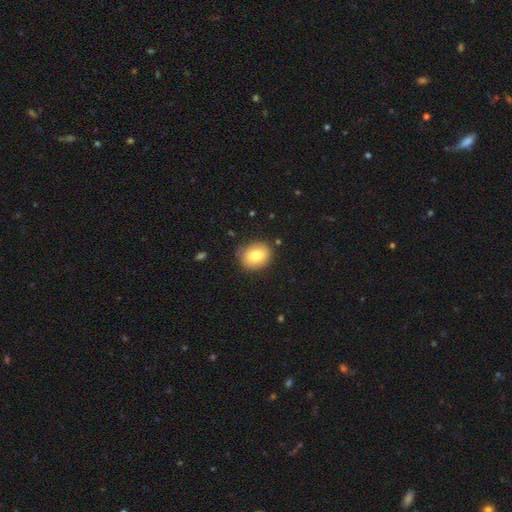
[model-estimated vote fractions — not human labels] Morphology: type=smooth (79%); roundness=round (53%); merging=none (84%).